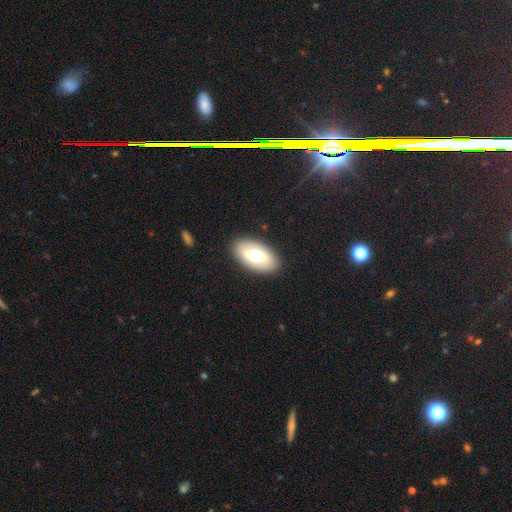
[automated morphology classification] A smooth galaxy with no disk features (50%). Merging: none (88%).